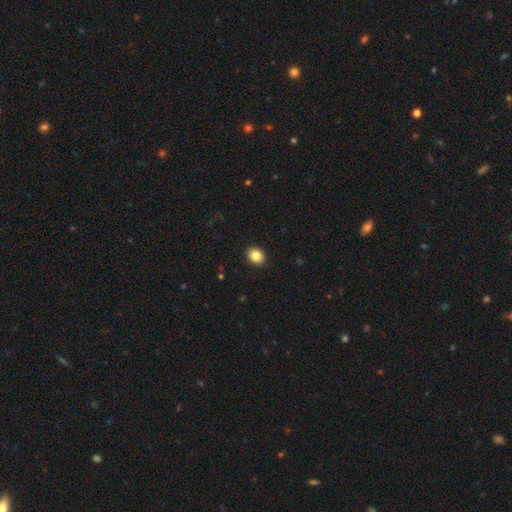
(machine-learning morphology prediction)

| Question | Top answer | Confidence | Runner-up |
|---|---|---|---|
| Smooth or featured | smooth | 85% | star or artifact (9%) |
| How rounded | in between | 51% | round (48%) |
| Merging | none | 91% | minor disturbance (6%) |